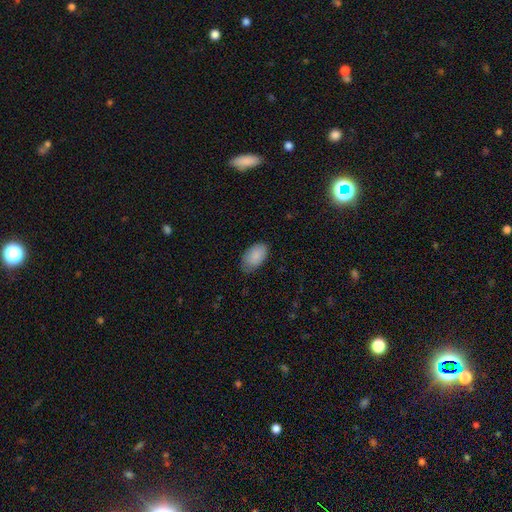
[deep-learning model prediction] smooth-or-featured: smooth: 88% | star or artifact: 6% | featured or disk: 6%
  how-rounded: in between: 94% | round: 5% | cigar-shaped: 1%
  merging: none: 70% | minor disturbance: 25% | major disturbance: 4% | merger: 1%